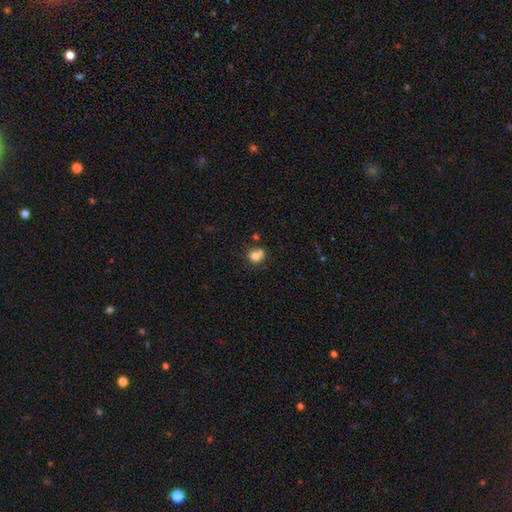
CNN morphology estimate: Smooth or featured?
  - smooth: 77% *
  - featured or disk: 12%
  - star or artifact: 11%
How rounded?
  - round: 75% *
  - in between: 24%
  - cigar-shaped: 1%
Merging?
  - none: 44% *
  - merger: 37%
  - minor disturbance: 14%
  - major disturbance: 6%